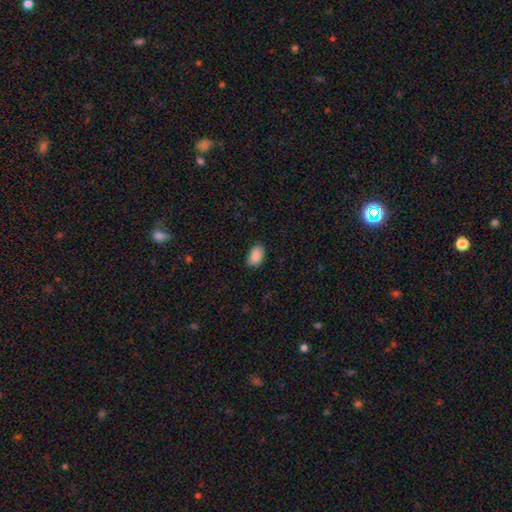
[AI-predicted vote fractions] A smooth galaxy with no disk features (90%) that is in between round and cigar-shaped (92%). Merging: none (85%).